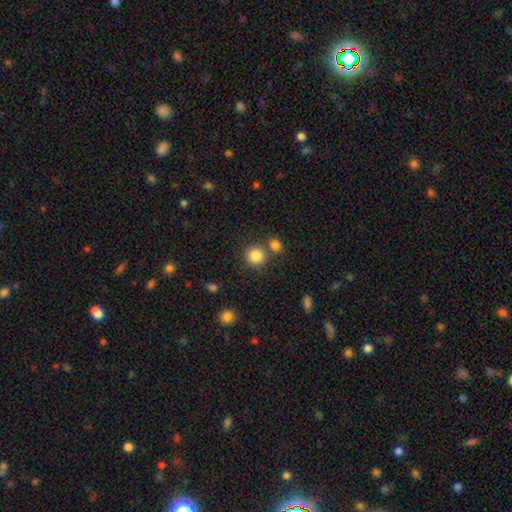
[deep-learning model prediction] A smooth galaxy with no disk features (85%) that is round (90%).

Vote fractions:
- Smooth or featured? smooth: 85% / star or artifact: 10% / featured or disk: 4%
- How rounded? round: 90% / in between: 9% / cigar-shaped: 1%
- Merging? none: 71% / merger: 18% / minor disturbance: 8% / major disturbance: 3%